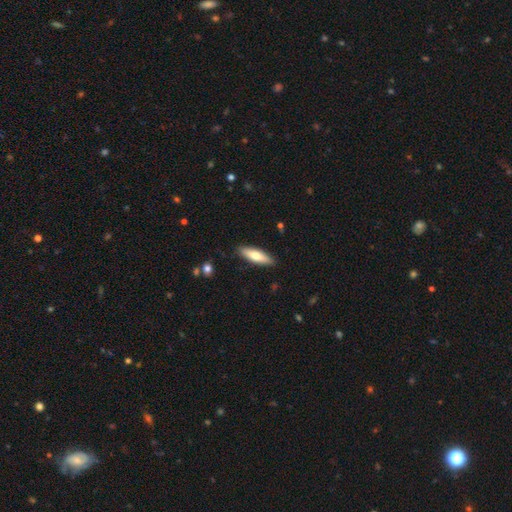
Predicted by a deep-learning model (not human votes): Smooth or featured? smooth (67%)
How rounded? cigar-shaped (55%)
Merging? none (88%)